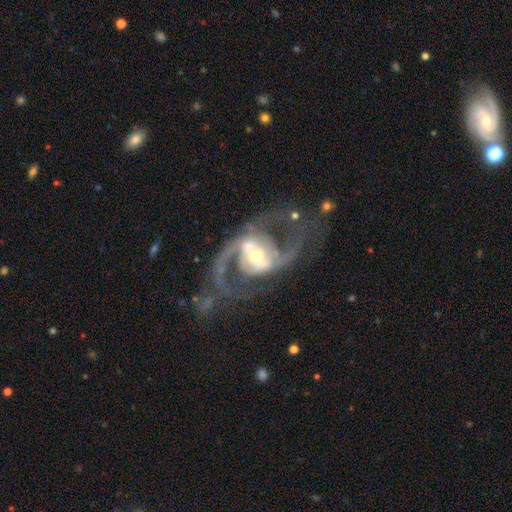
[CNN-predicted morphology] This is clearly a featured or disk galaxy (90%). It is clearly not viewed edge-on (97%). Bar: marginally strong (43%). Spiral arm pattern: clearly yes (95%). Spiral arm count: clearly 2 (90%). Spiral winding: possibly medium (54%). Central bulge: possibly moderate (55%). Merging: likely none (61%).